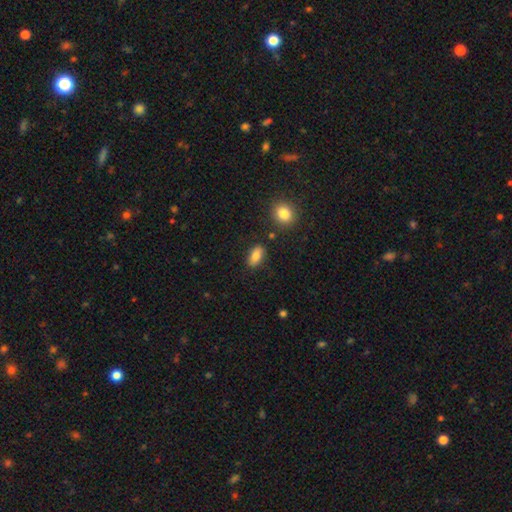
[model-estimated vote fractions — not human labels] Smooth or featured?
  - smooth: 83% *
  - featured or disk: 9%
  - star or artifact: 8%
How rounded?
  - in between: 88% *
  - cigar-shaped: 6%
  - round: 6%
Merging?
  - none: 84% *
  - minor disturbance: 10%
  - merger: 3%
  - major disturbance: 3%